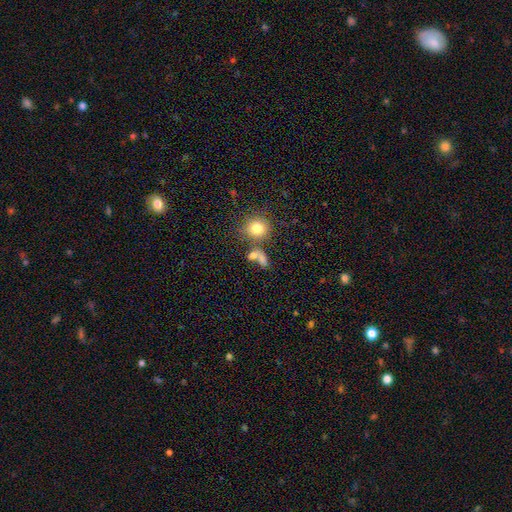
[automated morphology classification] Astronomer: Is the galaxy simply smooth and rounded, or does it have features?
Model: smooth — 72%.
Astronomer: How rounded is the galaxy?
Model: in between — 50% (runner-up: round, 43%).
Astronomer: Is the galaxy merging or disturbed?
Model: none — 42% (runner-up: merger, 36%).